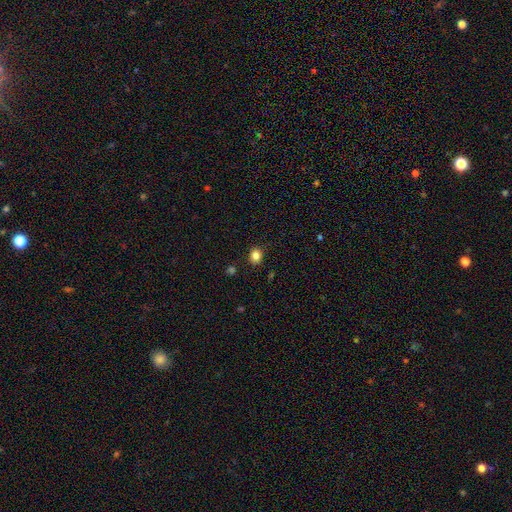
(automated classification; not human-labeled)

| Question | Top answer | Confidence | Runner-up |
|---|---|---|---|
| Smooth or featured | smooth | 83% | star or artifact (12%) |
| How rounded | round | 68% | in between (32%) |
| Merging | none | 89% | minor disturbance (8%) |